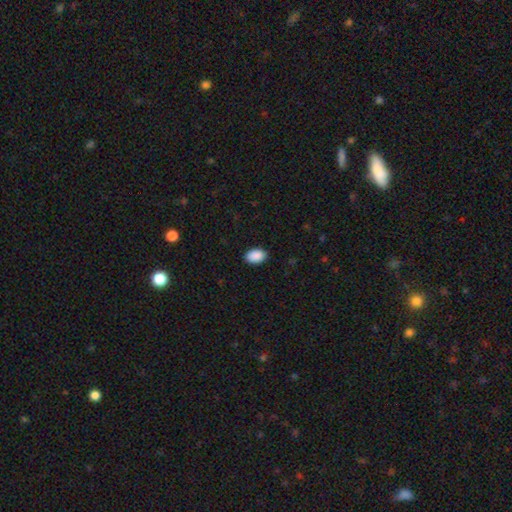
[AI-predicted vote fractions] This is clearly a smooth galaxy (91%). How rounded: clearly in between (89%). Merging: clearly none (90%).